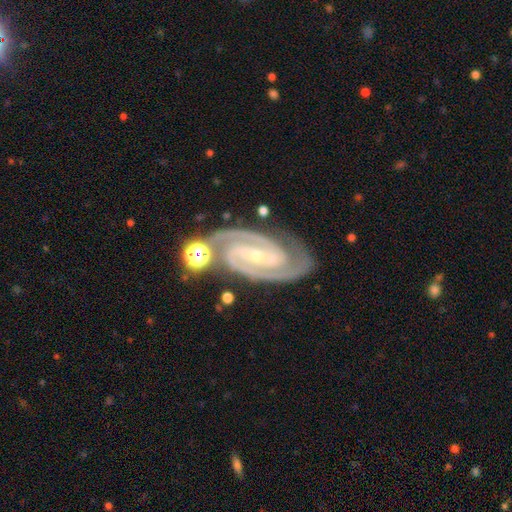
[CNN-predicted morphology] Smooth or featured: featured or disk — 93% (star or artifact — 5%)
Edge-on disk: no — 97% (yes — 3%)
Bar: strong — 52% (weak — 30%)
Spiral arms: yes — 99% (no — 1%)
Spiral winding: tight — 65% (medium — 32%)
Spiral arm count: 2 — 89% (3 — 5%)
Bulge size: small — 79% (moderate — 17%)
Merging: none — 79% (minor disturbance — 12%)